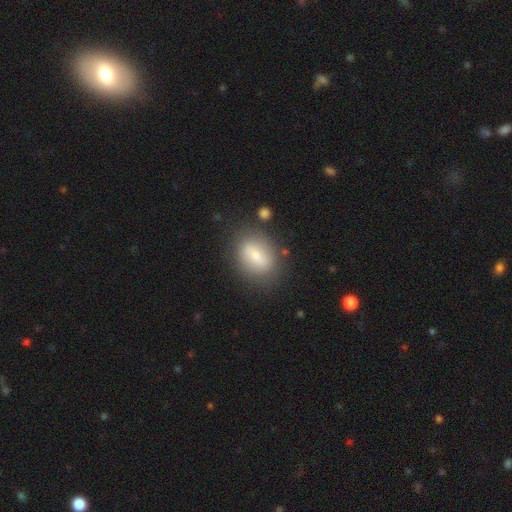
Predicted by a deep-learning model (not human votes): Smooth or featured?
  - smooth: 58% *
  - featured or disk: 33%
  - star or artifact: 9%
How rounded?
  - in between: 68% *
  - round: 29%
  - cigar-shaped: 3%
Merging?
  - none: 77% *
  - minor disturbance: 14%
  - major disturbance: 5%
  - merger: 4%